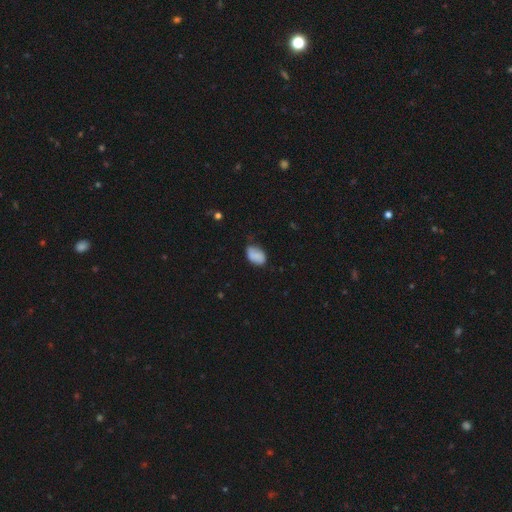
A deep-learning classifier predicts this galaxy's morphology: smooth_or_featured: smooth (p=0.82) [alt: featured or disk p=0.10]
how_rounded: in between (p=0.88) [alt: round p=0.11]
merging: none (p=0.61) [alt: minor disturbance p=0.31]